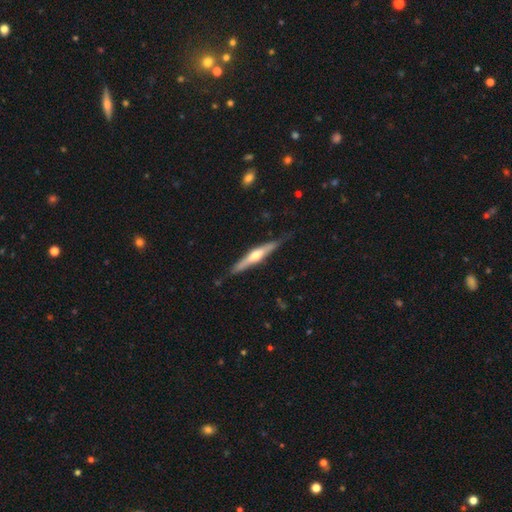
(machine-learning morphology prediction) smooth-or-featured: featured or disk: 63% | smooth: 32% | star or artifact: 5%
  disk-edge-on: yes: 96% | no: 4%
    edge-on-bulge: rounded: 88% | none: 7% | boxy: 5%
  merging: none: 80% | minor disturbance: 16% | major disturbance: 3% | merger: 1%